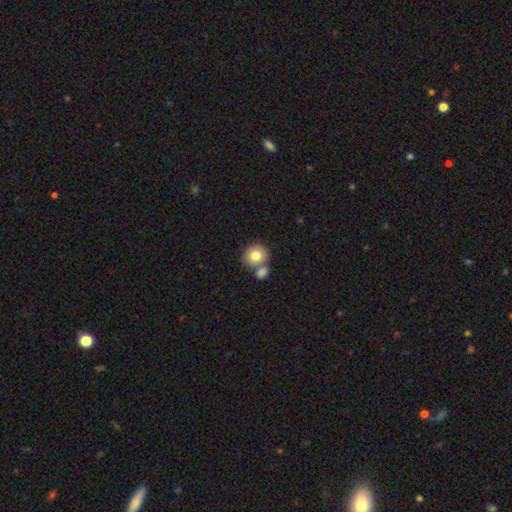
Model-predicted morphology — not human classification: smooth 80%, featured or disk 12%, star or artifact 8%. Down the decision tree: how rounded — round (79%); merging — none (53%).